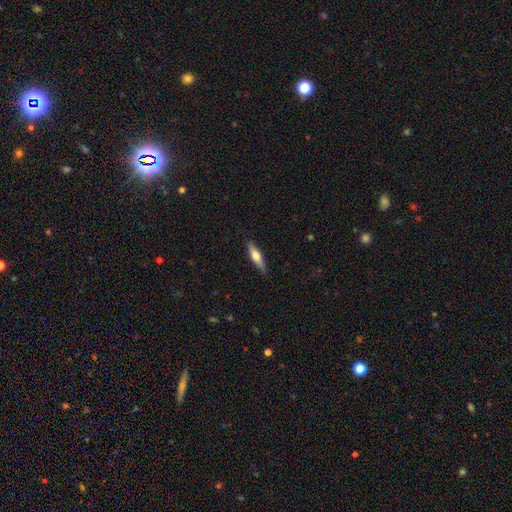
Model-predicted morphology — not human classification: type=smooth (48%); merging=none (87%).